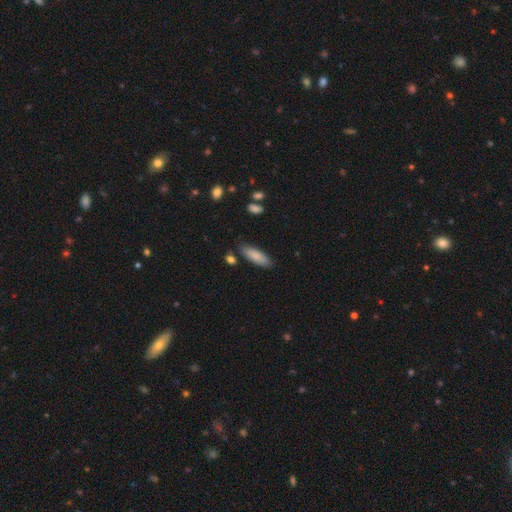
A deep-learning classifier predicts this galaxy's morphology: Q: Smooth or featured?
A: smooth (85%); runner-up: featured or disk (9%)
Q: How rounded?
A: in between (53%); runner-up: cigar-shaped (45%)
Q: Merging?
A: none (82%); runner-up: minor disturbance (13%)